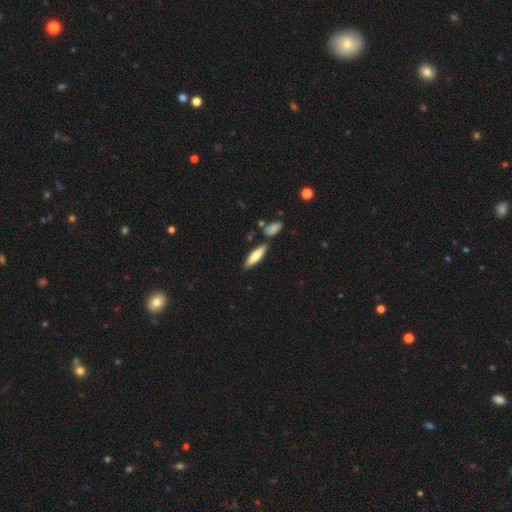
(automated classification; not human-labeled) A smooth galaxy with no disk features (75%) that is cigar-shaped (65%). Merging: none (80%).